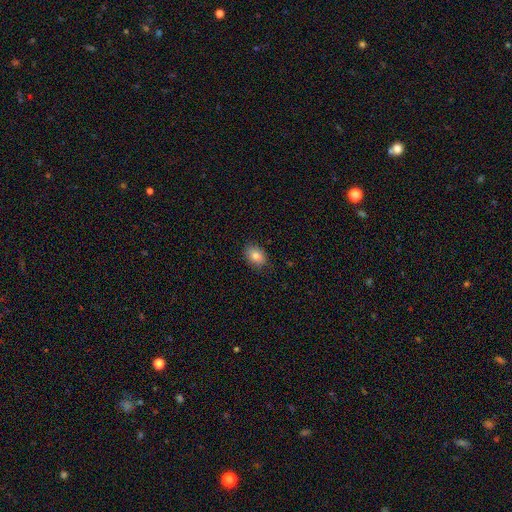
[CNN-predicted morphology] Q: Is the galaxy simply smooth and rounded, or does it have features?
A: smooth — 82%.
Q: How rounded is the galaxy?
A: in between — 77%.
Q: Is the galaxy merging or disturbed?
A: none — 86%.